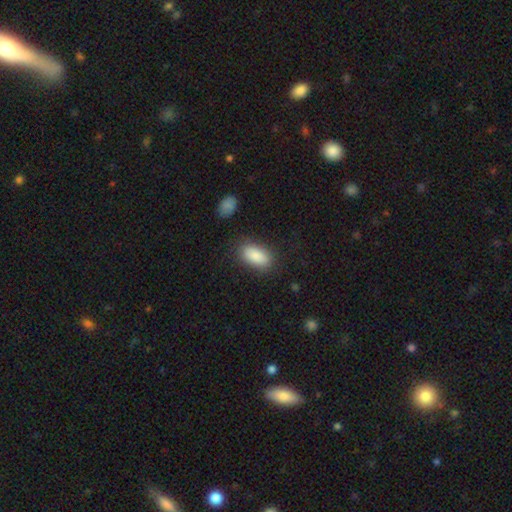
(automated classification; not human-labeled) Smooth or featured? Predicted: smooth (p=0.88). How rounded? Predicted: in between (p=0.91). Merging? Predicted: none (p=0.81).